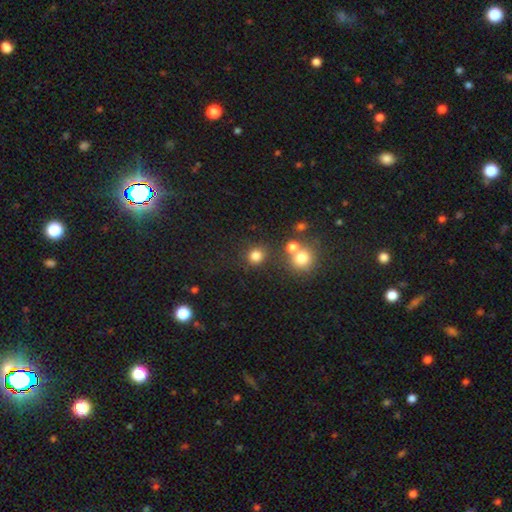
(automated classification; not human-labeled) smooth_or_featured: smooth (p=0.80) [alt: star or artifact p=0.15]
how_rounded: round (p=0.88) [alt: in between p=0.11]
merging: none (p=0.77) [alt: merger p=0.10]